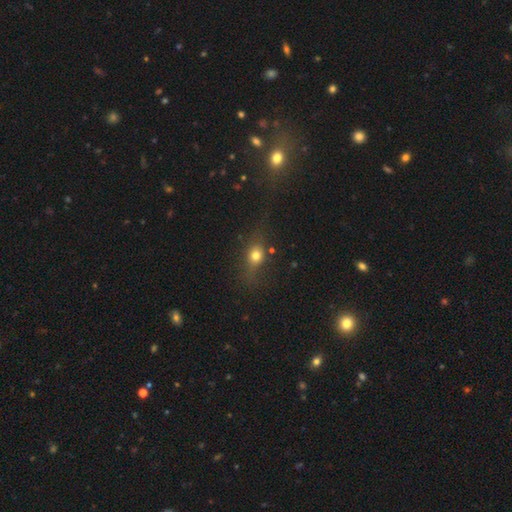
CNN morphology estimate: Overall: smooth (69%). How rounded: round (51%; in between 43%). Merging: none (61%).